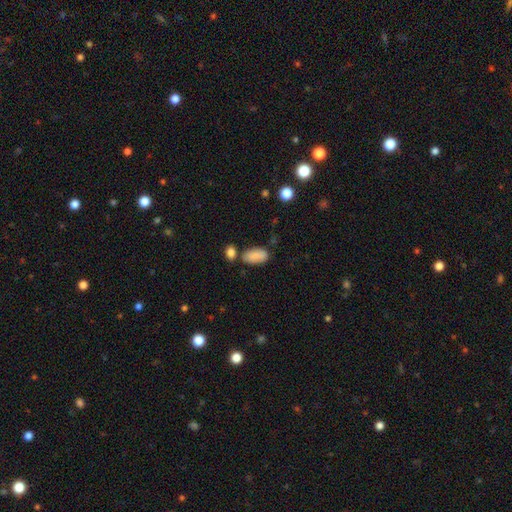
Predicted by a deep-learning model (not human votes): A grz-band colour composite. It shows a smooth galaxy with no disk features (87%) that is in between round and cigar-shaped (93%). Merging: none (68%).